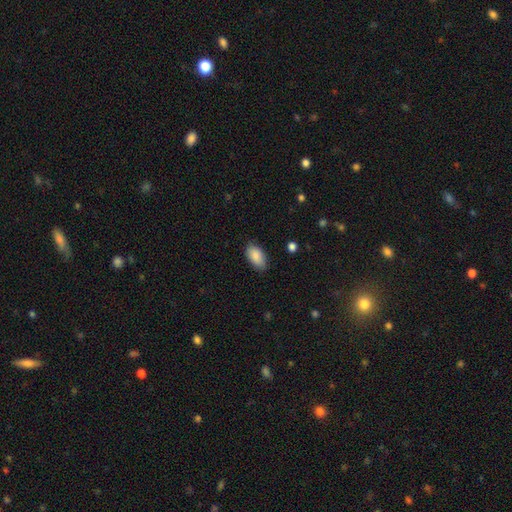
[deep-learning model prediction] smooth-or-featured: smooth: 89% | star or artifact: 7% | featured or disk: 5%
  how-rounded: in between: 94% | round: 3% | cigar-shaped: 3%
  merging: none: 83% | minor disturbance: 13% | major disturbance: 3% | merger: 1%